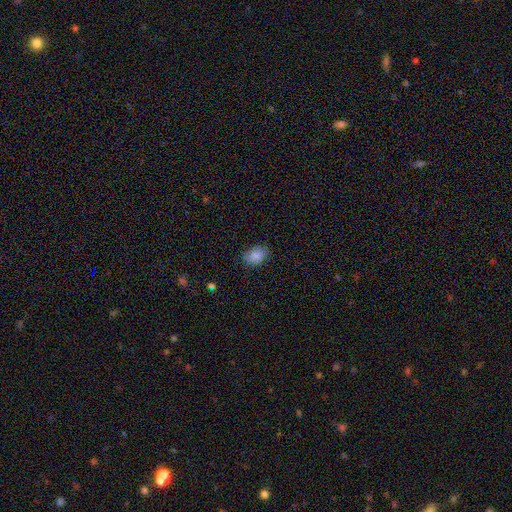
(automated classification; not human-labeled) Smooth or featured? Predicted: smooth (p=0.86). How rounded? Predicted: in between (p=0.74). Merging? Predicted: none (p=0.81).